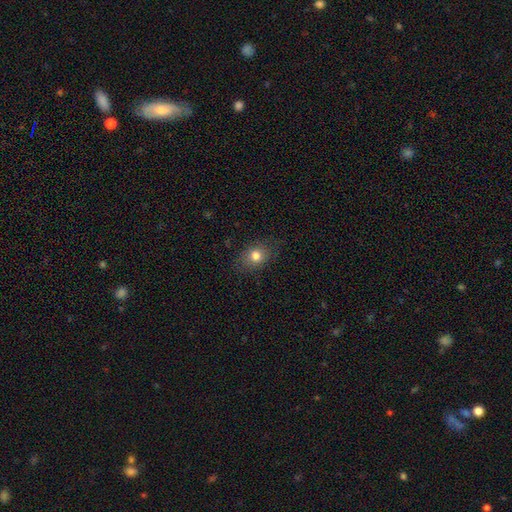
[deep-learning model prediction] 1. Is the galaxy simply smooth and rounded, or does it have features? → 79% smooth, 11% star or artifact, 10% featured or disk.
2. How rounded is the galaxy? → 51% in between, 48% round, 1% cigar-shaped.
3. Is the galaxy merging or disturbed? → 81% none, 14% minor disturbance, 4% major disturbance, 1% merger.